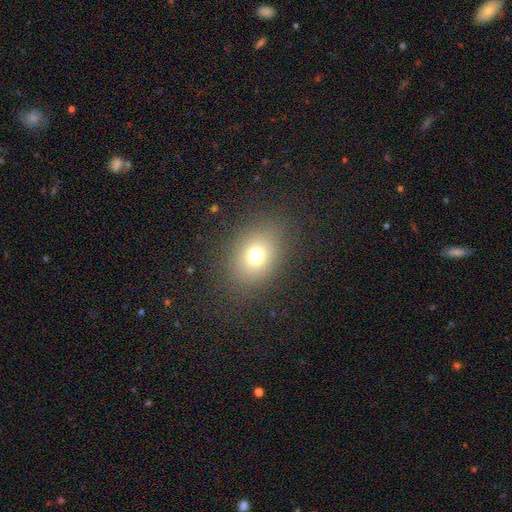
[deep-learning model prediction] Smooth or featured? Predicted: smooth (p=0.71). How rounded? Predicted: in between (p=0.54). Merging? Predicted: none (p=0.83).